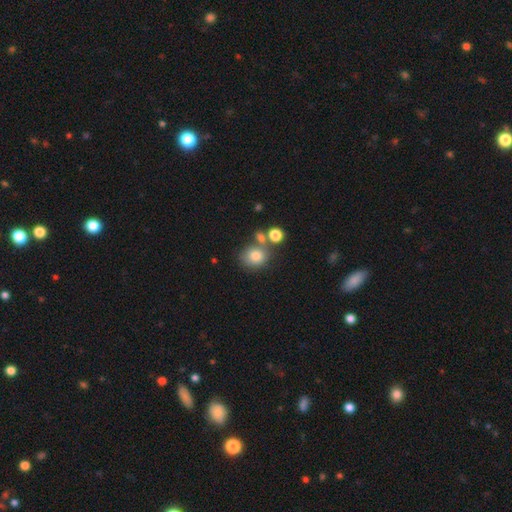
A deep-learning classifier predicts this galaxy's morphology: smooth_or_featured: smooth (p=0.78) [alt: star or artifact p=0.12]
how_rounded: round (p=0.72) [alt: in between p=0.27]
merging: none (p=0.56) [alt: merger p=0.25]